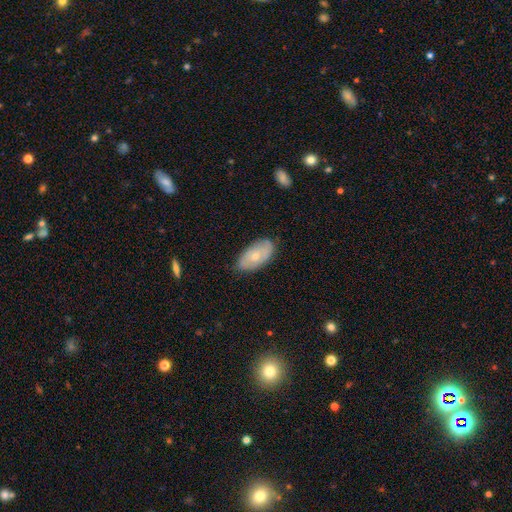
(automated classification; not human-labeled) Overall: smooth (57%; featured or disk 36%). How rounded: in between (93%). Merging: none (76%).